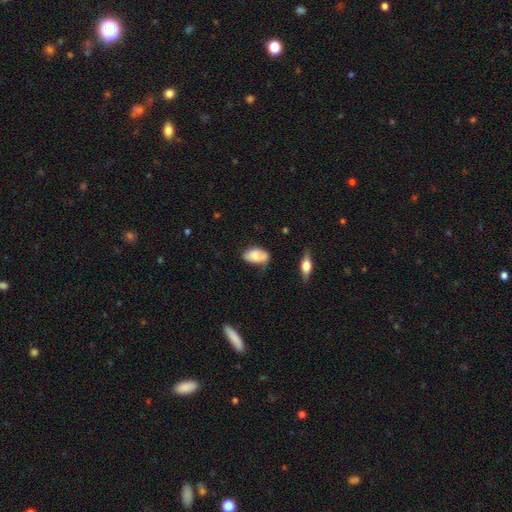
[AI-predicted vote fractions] Smooth or featured? smooth (77%)
How rounded? in between (92%)
Merging? none (46%)